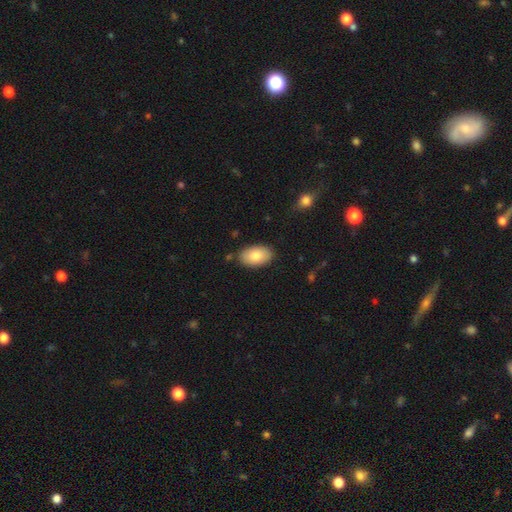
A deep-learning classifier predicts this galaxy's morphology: This appears to be a smooth galaxy with no disk features (83%) that is in between round and cigar-shaped (94%). Merging: none (84%).